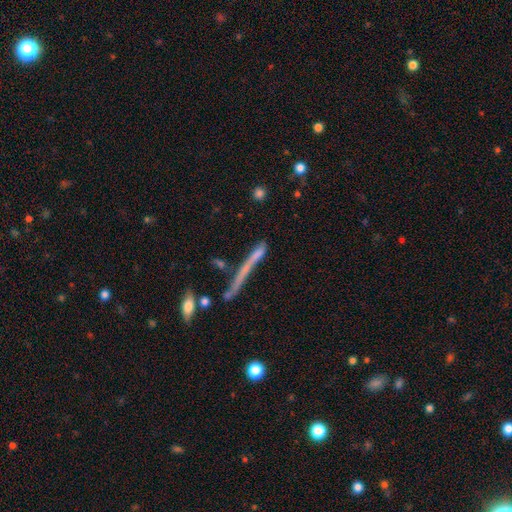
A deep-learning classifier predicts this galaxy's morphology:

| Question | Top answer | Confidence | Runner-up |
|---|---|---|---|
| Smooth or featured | smooth | 55% | featured or disk (32%) |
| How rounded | cigar-shaped | 85% | in between (9%) |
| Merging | none | 48% | minor disturbance (18%) |